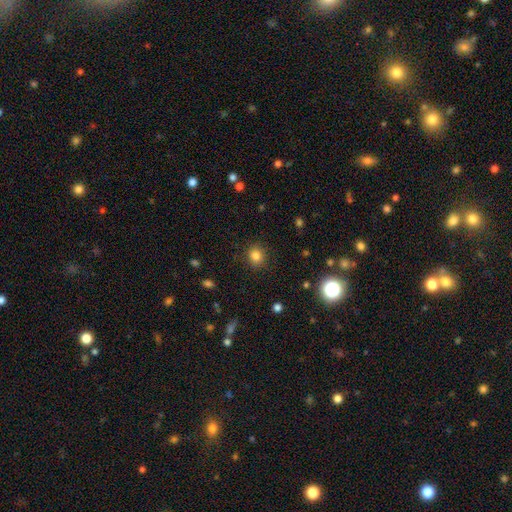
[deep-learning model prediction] Overall: smooth (82%). How rounded: round (85%). Merging: none (89%).